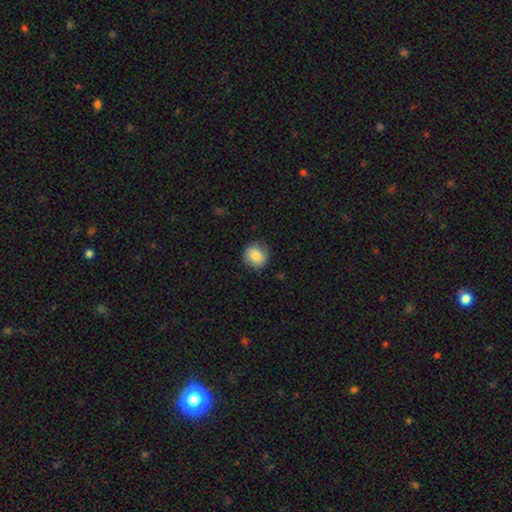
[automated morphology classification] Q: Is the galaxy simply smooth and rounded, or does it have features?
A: smooth — 84%.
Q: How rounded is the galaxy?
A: round — 79%.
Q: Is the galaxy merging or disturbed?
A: none — 83%.